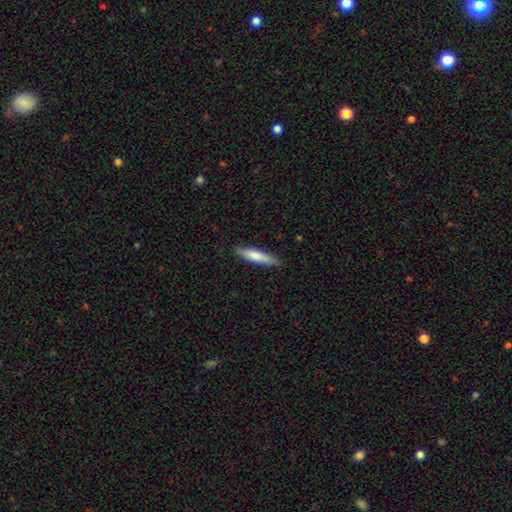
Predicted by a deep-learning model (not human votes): The model was most divided on "smooth or featured": smooth: 76%, featured or disk: 19%, star or artifact: 5%. More confident: merging — none (82%); how rounded — cigar-shaped (82%).